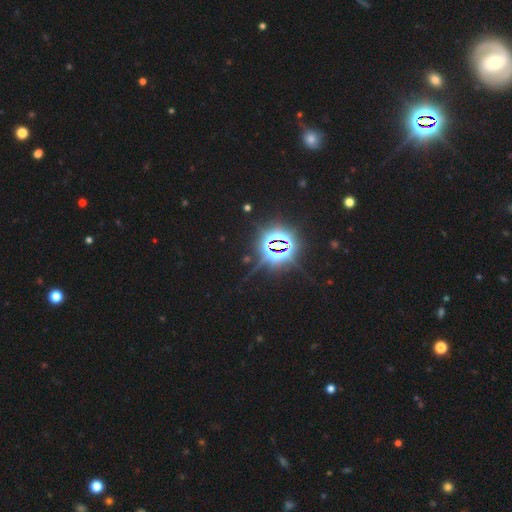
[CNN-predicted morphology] Q: Smooth or featured?
A: star or artifact (84%); runner-up: smooth (10%)